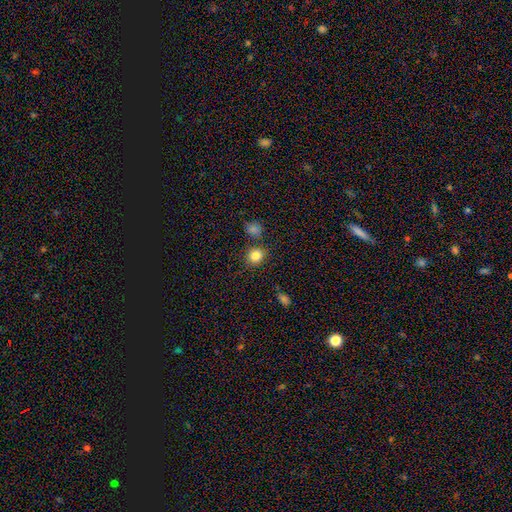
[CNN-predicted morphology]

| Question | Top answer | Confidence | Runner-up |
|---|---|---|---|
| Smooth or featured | smooth | 84% | star or artifact (11%) |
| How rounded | round | 77% | in between (22%) |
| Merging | none | 79% | minor disturbance (10%) |